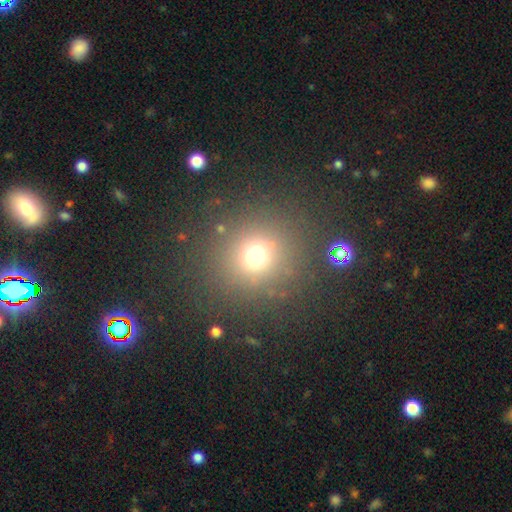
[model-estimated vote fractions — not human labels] This is likely a smooth galaxy (68%). How rounded: clearly round (87%). Merging: clearly none (81%).